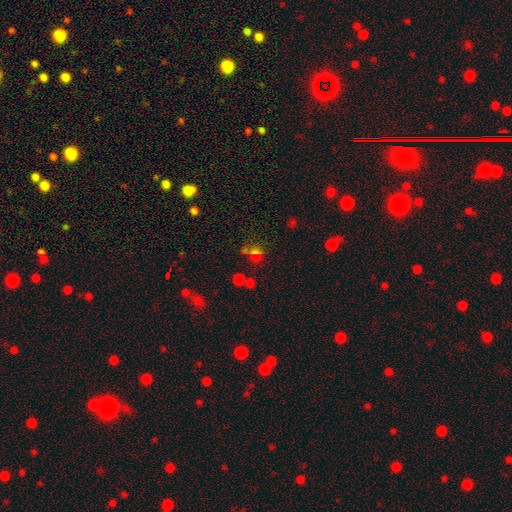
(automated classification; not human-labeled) Smooth or featured?
  - smooth: 56% *
  - star or artifact: 33%
  - featured or disk: 11%
How rounded?
  - round: 76% *
  - in between: 23%
  - cigar-shaped: 1%
Merging?
  - none: 59% *
  - merger: 24%
  - minor disturbance: 12%
  - major disturbance: 6%